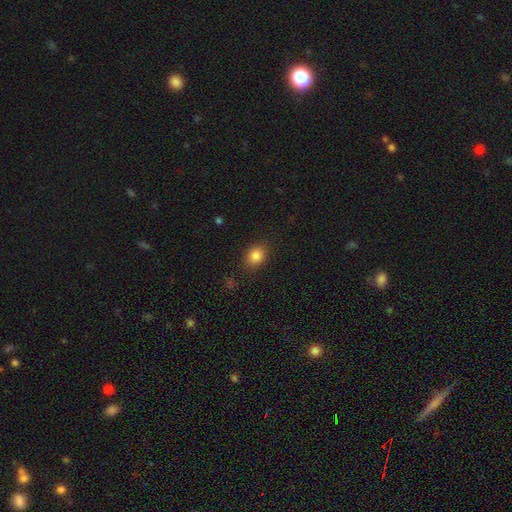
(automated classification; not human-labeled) Q: Smooth or featured?
A: smooth (84%); runner-up: star or artifact (10%)
Q: How rounded?
A: in between (51%); runner-up: round (48%)
Q: Merging?
A: none (84%); runner-up: minor disturbance (11%)